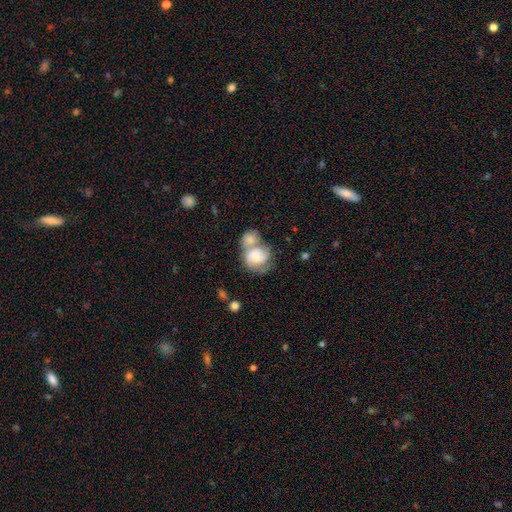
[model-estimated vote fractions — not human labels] Q: Smooth or featured?
A: smooth (54%); runner-up: featured or disk (39%)
Q: How rounded?
A: round (63%); runner-up: in between (36%)
Q: Merging?
A: merger (61%); runner-up: none (18%)